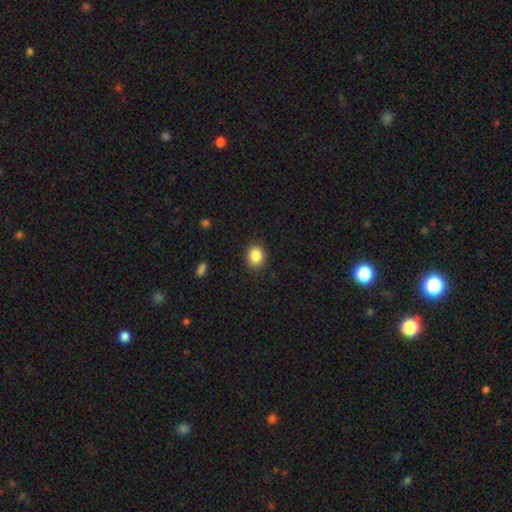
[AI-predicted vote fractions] A smooth galaxy with no disk features (87%) that is round (62%). Merging: none (89%).